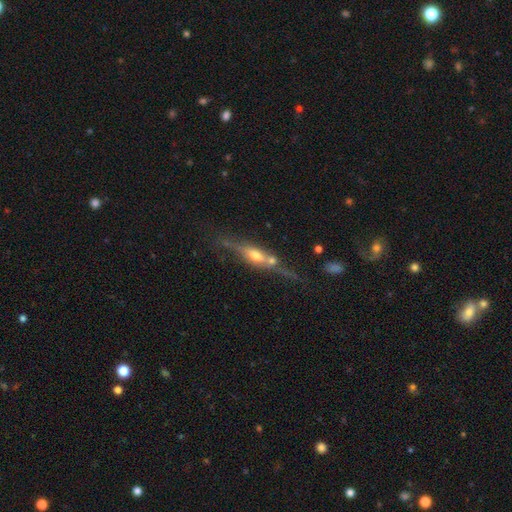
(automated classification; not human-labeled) Q: Smooth or featured?
A: featured or disk (70%); runner-up: smooth (22%)
Q: Edge-on disk?
A: yes (86%); runner-up: no (14%)
Q: Edge-on bulge?
A: rounded (79%); runner-up: boxy (15%)
Q: Merging?
A: none (55%); runner-up: minor disturbance (18%)